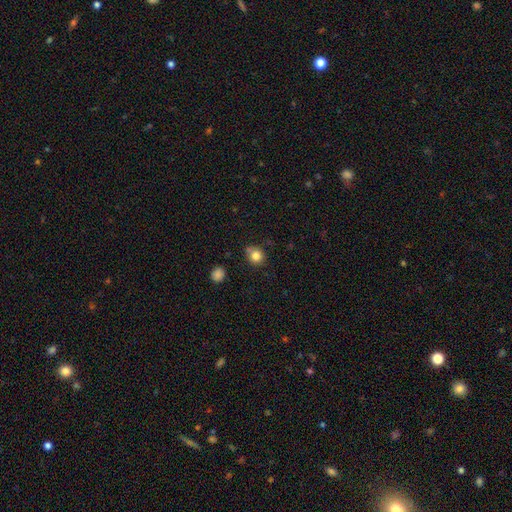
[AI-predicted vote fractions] Smooth or featured: smooth — 82% (star or artifact — 12%)
How rounded: round — 86% (in between — 13%)
Merging: none — 74% (minor disturbance — 18%)